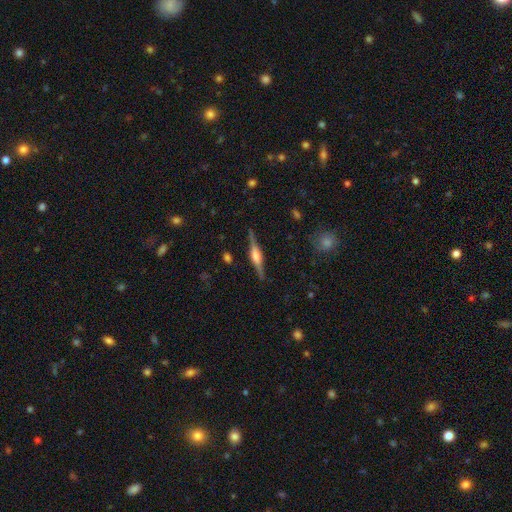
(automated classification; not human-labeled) Smooth or featured? featured or disk (79%)
Edge-on disk? yes (98%)
Edge-on bulge? rounded (69%)
Merging? none (88%)